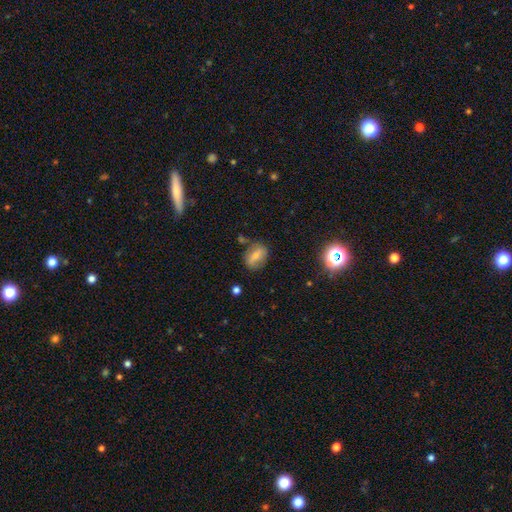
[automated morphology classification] The model was most divided on "smooth or featured": smooth: 60%, featured or disk: 28%, star or artifact: 12%. More confident: merging — none (70%); how rounded — in between (66%).